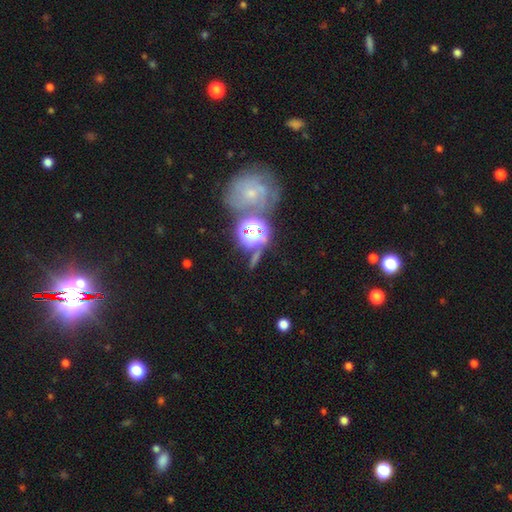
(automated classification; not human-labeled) Q: Smooth or featured?
A: star or artifact (58%); runner-up: smooth (22%)